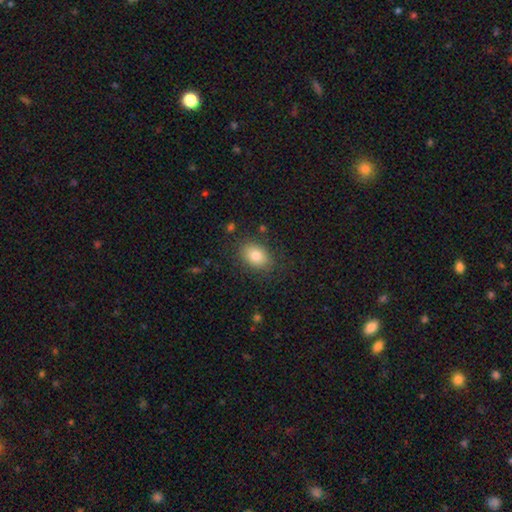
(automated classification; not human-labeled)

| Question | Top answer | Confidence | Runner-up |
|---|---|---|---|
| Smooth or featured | smooth | 81% | featured or disk (10%) |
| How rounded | in between | 76% | round (23%) |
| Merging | none | 83% | minor disturbance (12%) |